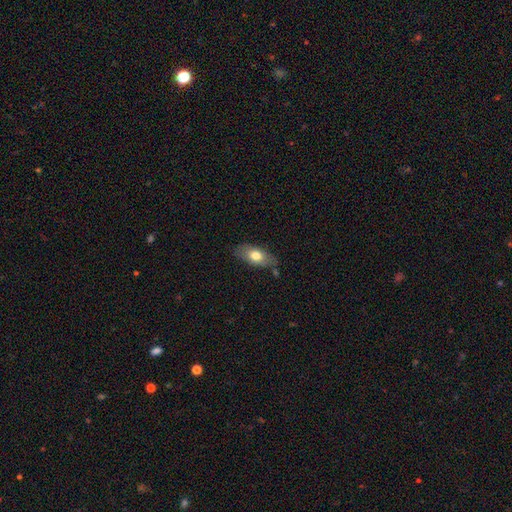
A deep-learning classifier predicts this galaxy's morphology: Smooth or featured: smooth — 69% (featured or disk — 25%)
How rounded: in between — 86% (cigar-shaped — 9%)
Merging: none — 75% (minor disturbance — 18%)